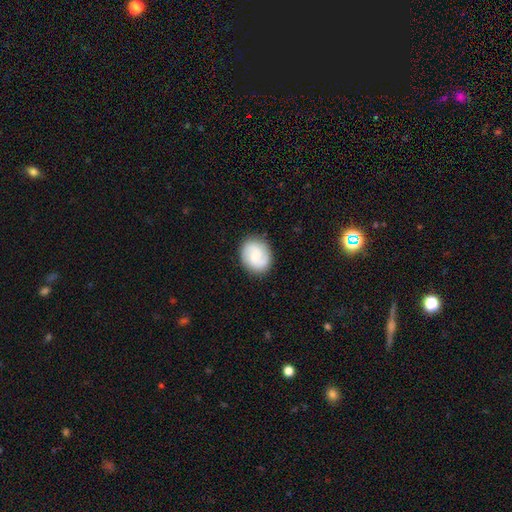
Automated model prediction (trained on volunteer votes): A featured or disk galaxy (55%) with no bar (47%), spiral arms (93%) and a small central bulge (47%). Merging: none (86%).